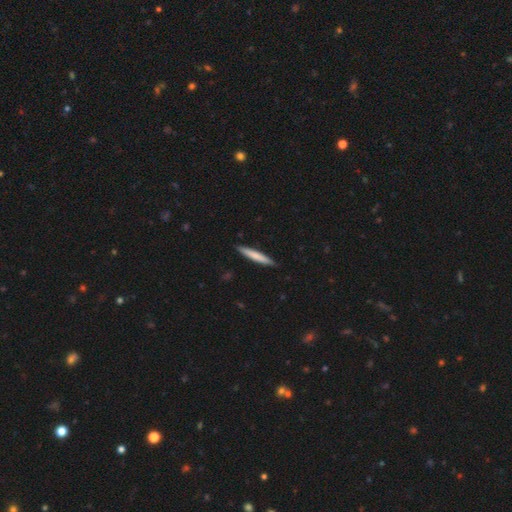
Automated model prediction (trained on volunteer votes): Overall: smooth (71%). How rounded: cigar-shaped (95%). Merging: none (90%).